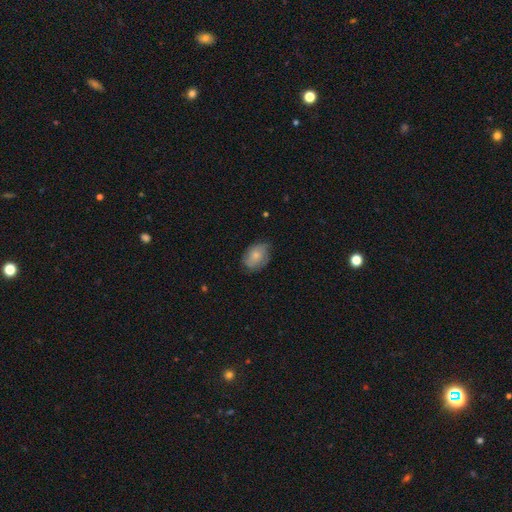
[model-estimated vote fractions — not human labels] Q: Smooth or featured?
A: smooth (71%); runner-up: featured or disk (23%)
Q: How rounded?
A: in between (76%); runner-up: round (23%)
Q: Merging?
A: none (68%); runner-up: minor disturbance (25%)